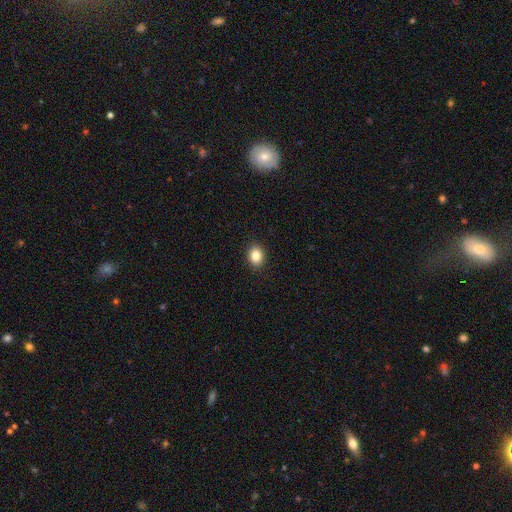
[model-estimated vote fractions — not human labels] Q: Smooth or featured?
A: smooth (85%); runner-up: star or artifact (10%)
Q: How rounded?
A: in between (56%); runner-up: round (43%)
Q: Merging?
A: none (91%); runner-up: minor disturbance (7%)